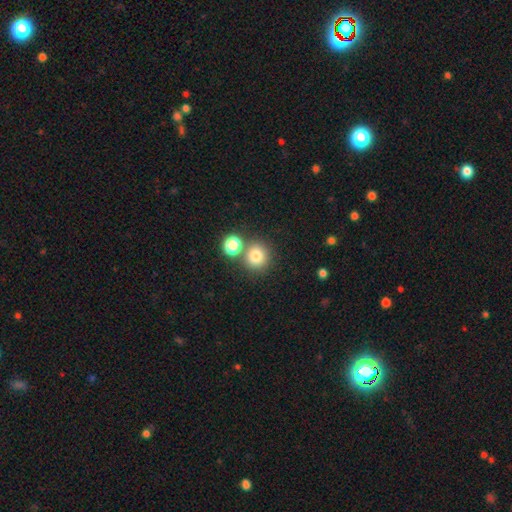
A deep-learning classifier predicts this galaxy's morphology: A smooth galaxy with no disk features (78%) that is round (90%). Merging: none (70%).